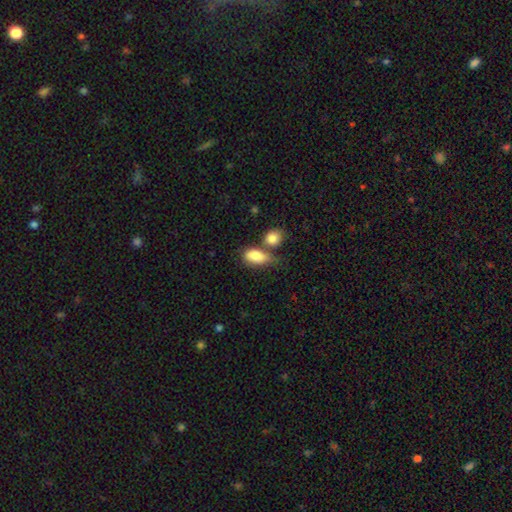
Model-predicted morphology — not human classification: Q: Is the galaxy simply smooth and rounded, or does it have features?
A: smooth — 85%.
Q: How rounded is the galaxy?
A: in between — 86%.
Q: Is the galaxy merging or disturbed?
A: merger — 42%.